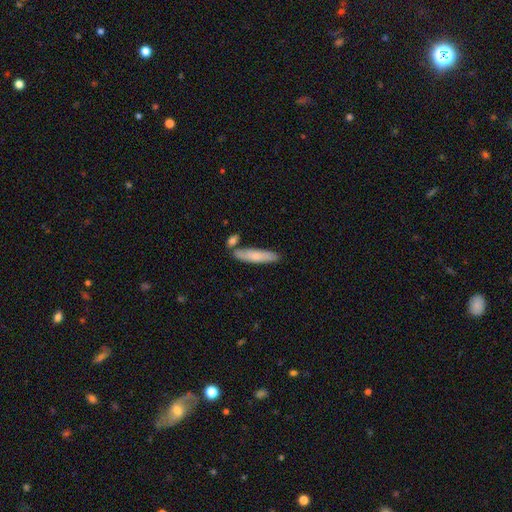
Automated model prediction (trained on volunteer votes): Overall: smooth (72%). How rounded: cigar-shaped (78%). Merging: none (72%).